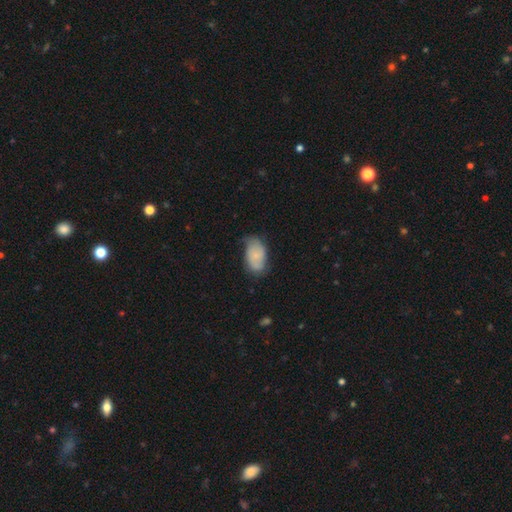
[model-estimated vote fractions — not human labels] This is likely a smooth galaxy (62%). How rounded: clearly in between (93%). Merging: possibly none (57%).